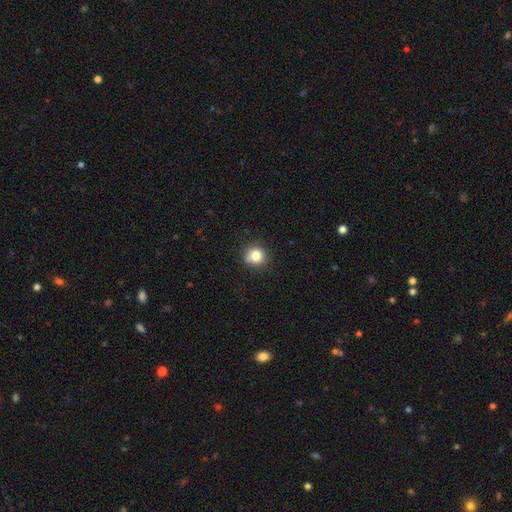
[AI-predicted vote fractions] The model was most divided on "merging": none: 80%, minor disturbance: 14%, major disturbance: 3%, merger: 3%. More confident: how rounded — round (87%); smooth or featured — smooth (81%).